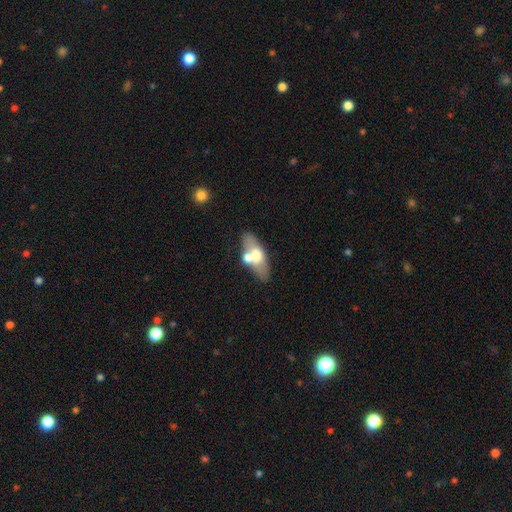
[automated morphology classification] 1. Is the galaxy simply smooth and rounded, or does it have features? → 54% smooth, 39% featured or disk, 7% star or artifact.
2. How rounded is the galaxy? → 77% in between, 18% cigar-shaped, 5% round.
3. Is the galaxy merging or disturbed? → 60% none, 22% merger, 13% minor disturbance, 5% major disturbance.